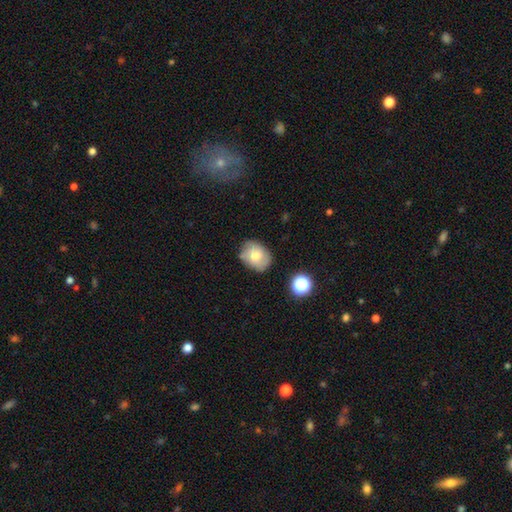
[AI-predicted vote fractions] smooth-or-featured: smooth: 63% | featured or disk: 27% | star or artifact: 10%
  how-rounded: in between: 51% | round: 48% | cigar-shaped: 1%
  merging: none: 71% | minor disturbance: 21% | major disturbance: 5% | merger: 3%